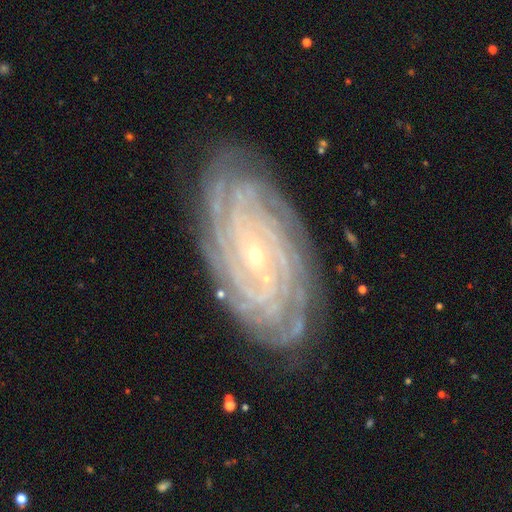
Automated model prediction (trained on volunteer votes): Q: Smooth or featured?
A: featured or disk (90%); runner-up: star or artifact (5%)
Q: Edge-on disk?
A: no (96%); runner-up: yes (4%)
Q: Bar?
A: no (54%); runner-up: weak (32%)
Q: Spiral arms?
A: yes (98%); runner-up: no (2%)
Q: Spiral winding?
A: tight (87%); runner-up: medium (11%)
Q: Spiral arm count?
A: more than 4 (29%); runner-up: 4 (24%)
Q: Bulge size?
A: small (79%); runner-up: moderate (18%)
Q: Merging?
A: none (85%); runner-up: minor disturbance (11%)